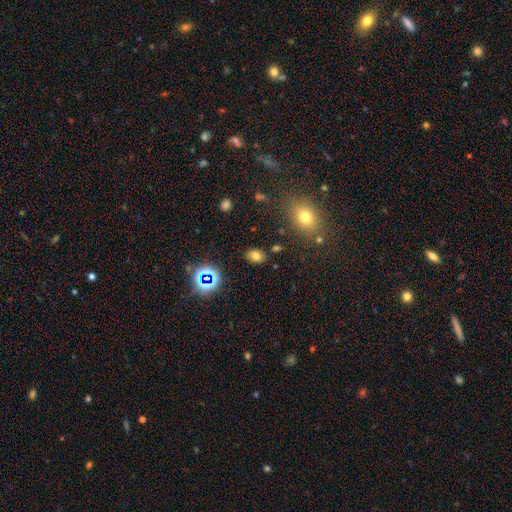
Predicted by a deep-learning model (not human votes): A smooth galaxy with no disk features (71%) that is in between round and cigar-shaped (71%). Merging: none (84%).